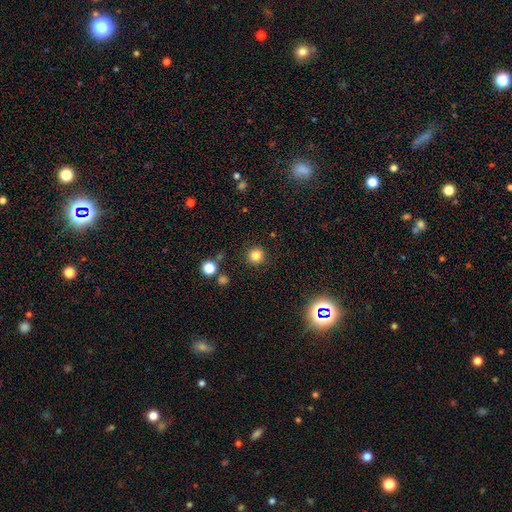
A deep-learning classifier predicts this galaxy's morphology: Smooth or featured? smooth (82%)
How rounded? round (94%)
Merging? none (90%)